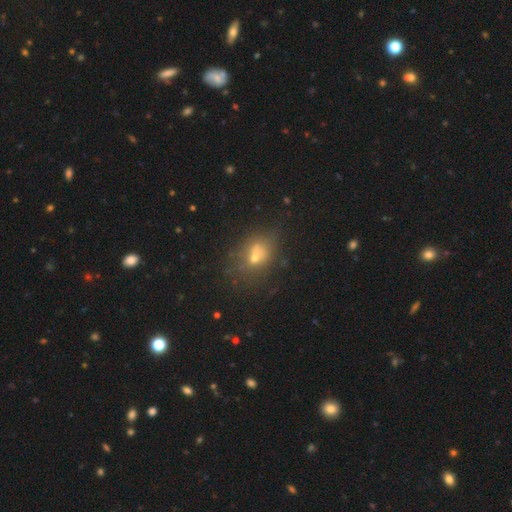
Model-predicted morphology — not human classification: smooth_or_featured: smooth (p=0.54) [alt: star or artifact p=0.23]
how_rounded: in between (p=0.51) [alt: round p=0.46]
merging: none (p=0.51) [alt: minor disturbance p=0.19]